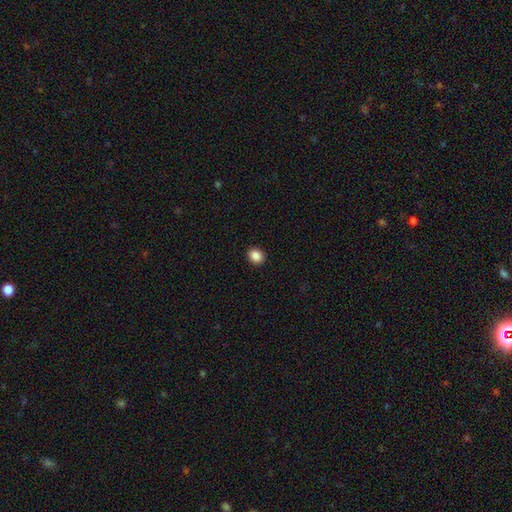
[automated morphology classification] A smooth galaxy with no disk features (87%) that is round (67%).

Vote fractions:
- Smooth or featured? smooth: 87% / star or artifact: 10% / featured or disk: 3%
- How rounded? round: 67% / in between: 32% / cigar-shaped: 1%
- Merging? none: 92% / minor disturbance: 6% / major disturbance: 2% / merger: 1%